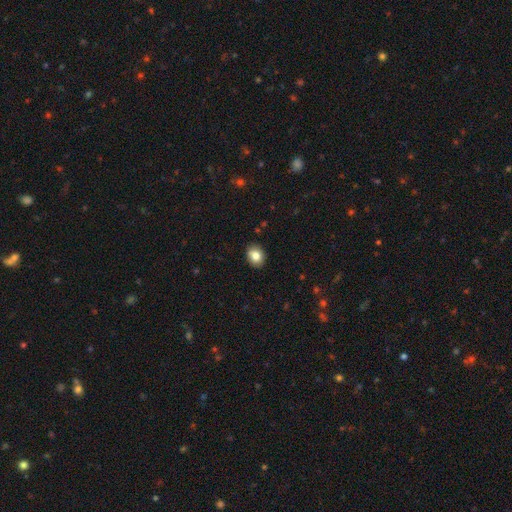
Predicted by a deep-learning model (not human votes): This is clearly a smooth galaxy (82%). How rounded: possibly in between (56%). Merging: clearly none (89%).